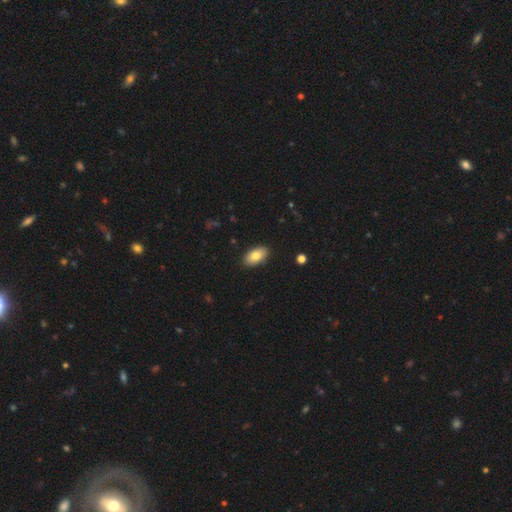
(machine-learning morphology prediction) Smooth or featured?
  - smooth: 82% *
  - featured or disk: 11%
  - star or artifact: 7%
How rounded?
  - in between: 94% *
  - round: 3%
  - cigar-shaped: 3%
Merging?
  - none: 89% *
  - minor disturbance: 8%
  - major disturbance: 2%
  - merger: 1%